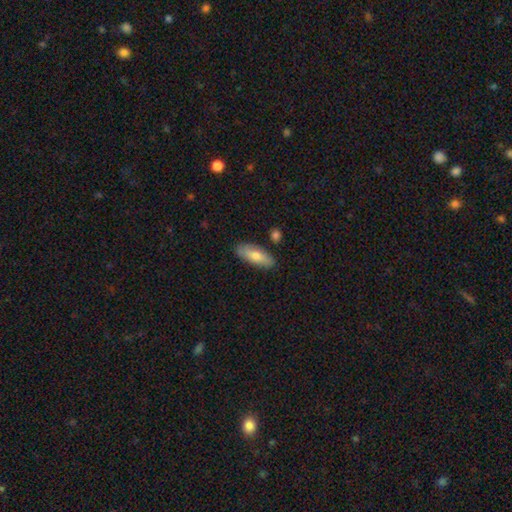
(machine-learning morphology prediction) A smooth galaxy with no disk features (73%) that is in between round and cigar-shaped (74%). Merging: none (84%).